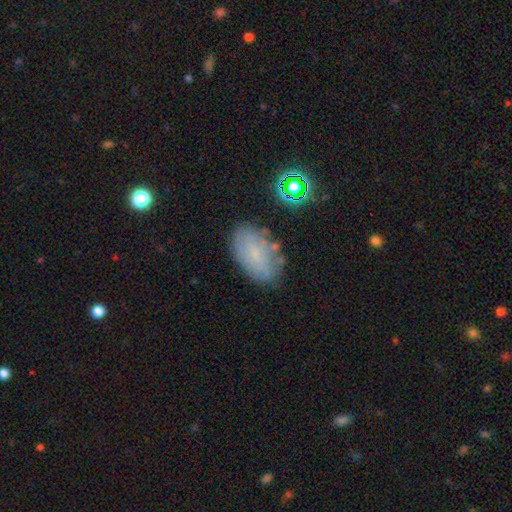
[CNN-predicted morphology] Overall: smooth (57%; featured or disk 31%). How rounded: in between (92%). Merging: none (73%).